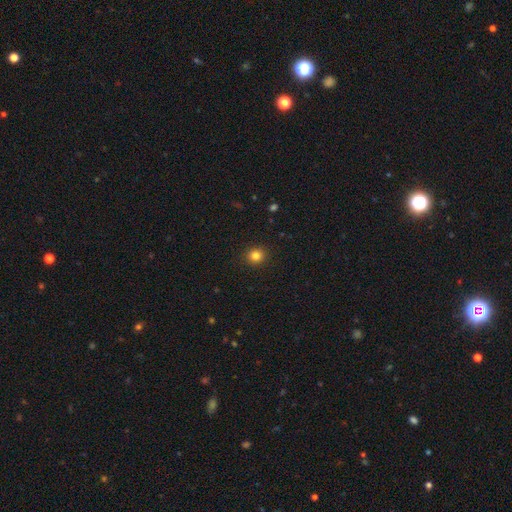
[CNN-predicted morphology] Overall: smooth (83%). How rounded: round (87%). Merging: none (92%).